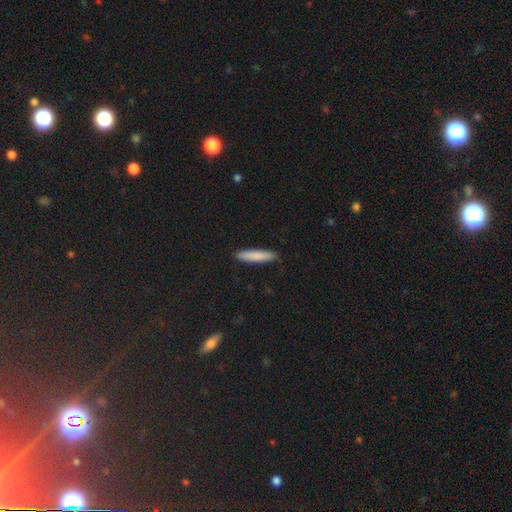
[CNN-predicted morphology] type=smooth (85%); roundness=cigar-shaped (84%); merging=none (90%).